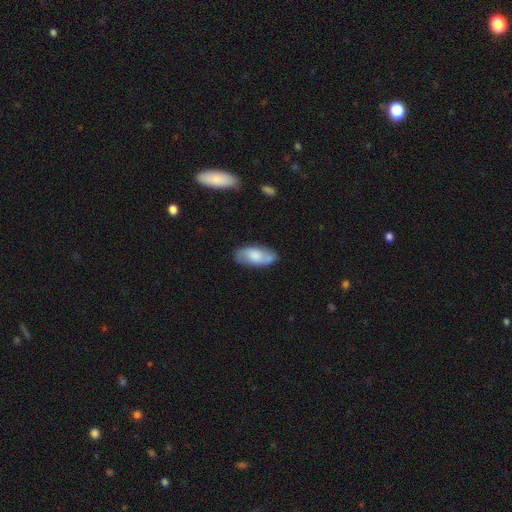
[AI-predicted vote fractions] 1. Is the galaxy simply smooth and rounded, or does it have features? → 58% smooth, 35% featured or disk, 7% star or artifact.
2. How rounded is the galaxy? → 89% in between, 8% cigar-shaped, 3% round.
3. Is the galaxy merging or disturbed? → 72% none, 19% minor disturbance, 5% major disturbance, 4% merger.